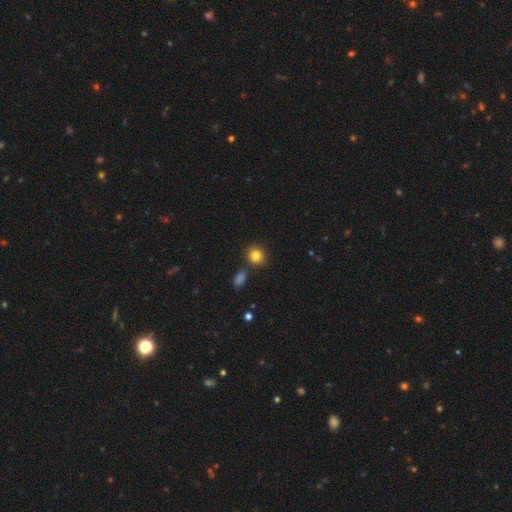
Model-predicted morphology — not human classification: Smooth or featured? Predicted: smooth (p=0.84). How rounded? Predicted: round (p=0.84). Merging? Predicted: none (p=0.82).